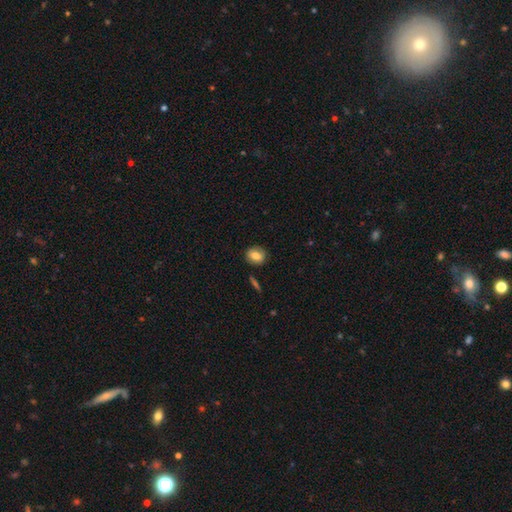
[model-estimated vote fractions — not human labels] This appears to be a smooth galaxy with no disk features (77%) that is round (65%). Merging: none (86%).